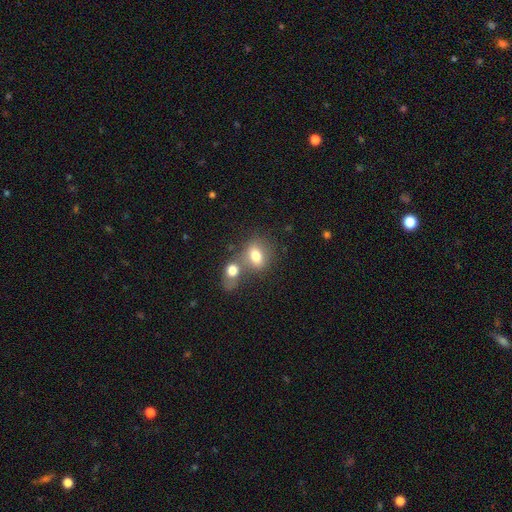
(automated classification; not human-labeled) Overall: smooth (76%). How rounded: in between (63%; round 35%). Merging: merger (46%; none 38%).